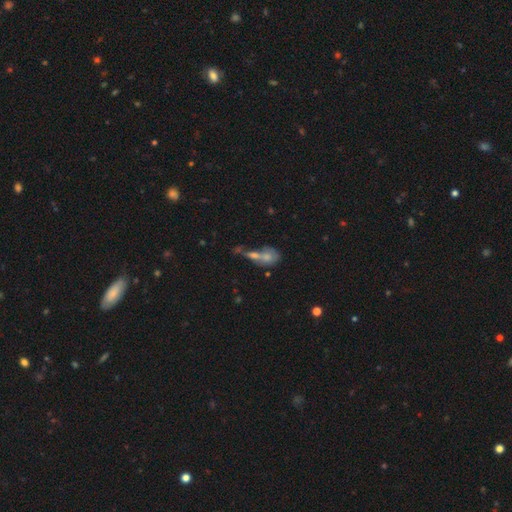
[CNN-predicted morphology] Overall: smooth (46%; featured or disk 34%). Merging: merger (52%; none 25%).